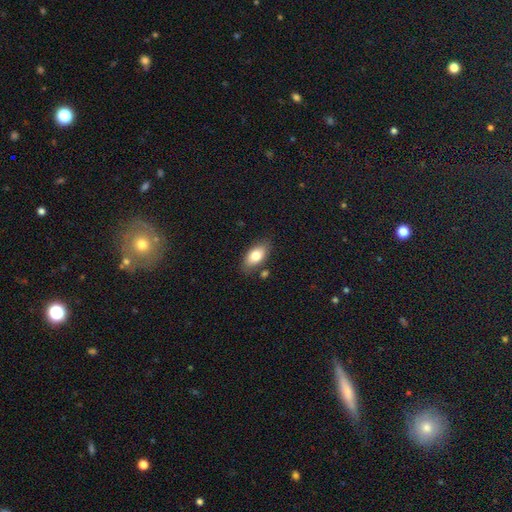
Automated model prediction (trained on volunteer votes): The model was most divided on "smooth or featured": smooth: 78%, featured or disk: 15%, star or artifact: 7%. More confident: how rounded — in between (90%); merging — none (79%).